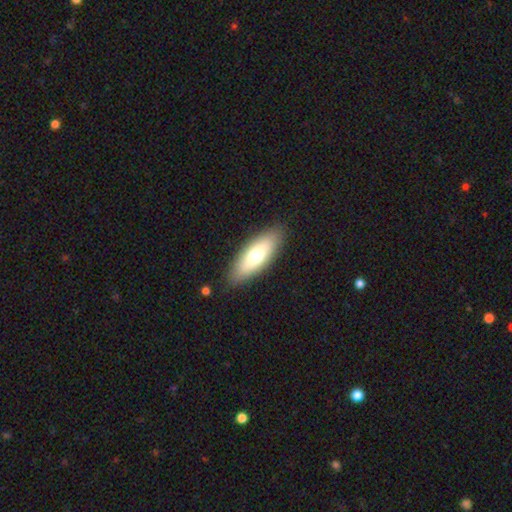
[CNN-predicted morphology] A smooth galaxy with no disk features (71%) that is in between round and cigar-shaped (66%). Merging: none (88%).